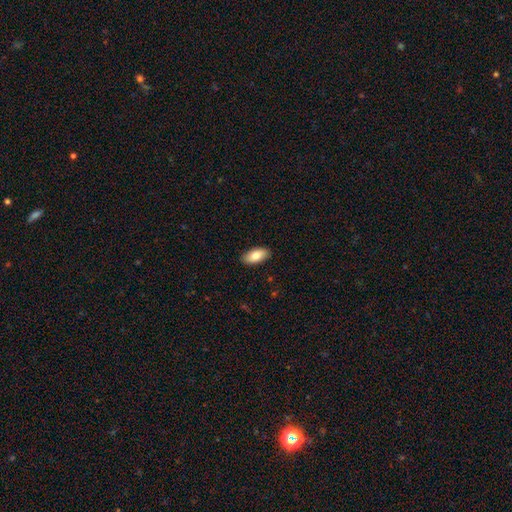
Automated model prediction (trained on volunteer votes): Smooth or featured? Predicted: smooth (p=0.82). How rounded? Predicted: in between (p=0.92). Merging? Predicted: none (p=0.89).